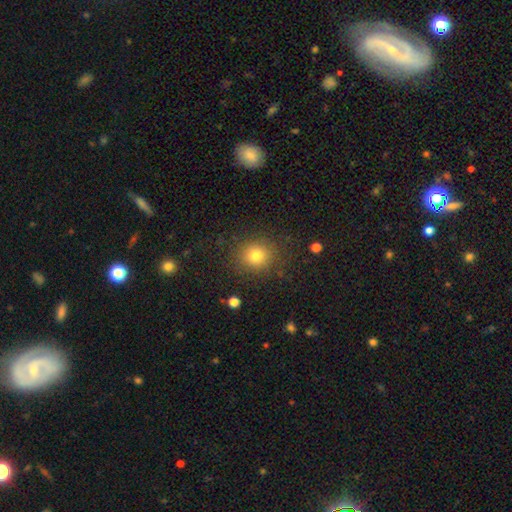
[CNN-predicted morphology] Smooth or featured: smooth — 78% (star or artifact — 14%)
How rounded: round — 83% (in between — 16%)
Merging: none — 86% (minor disturbance — 9%)